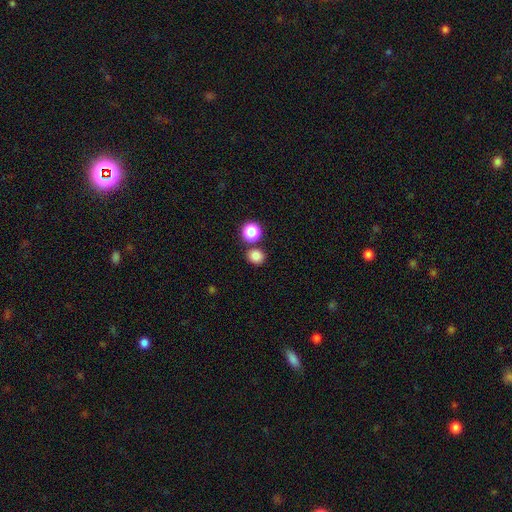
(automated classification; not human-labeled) smooth_or_featured: smooth (p=0.82) [alt: star or artifact p=0.14]
how_rounded: round (p=0.81) [alt: in between p=0.18]
merging: none (p=0.77) [alt: merger p=0.13]